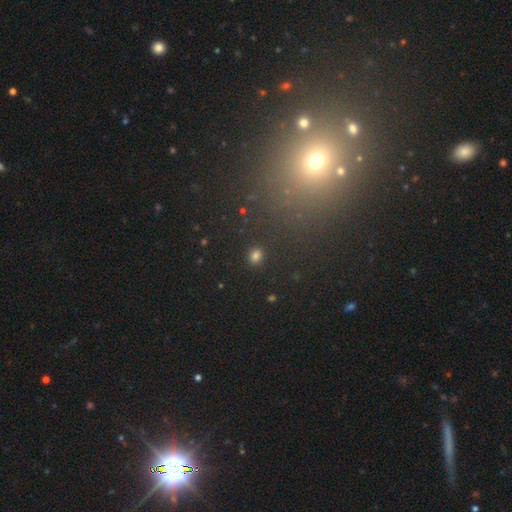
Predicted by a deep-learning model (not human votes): Smooth or featured: smooth — 76% (star or artifact — 20%)
How rounded: round — 75% (in between — 24%)
Merging: none — 91% (minor disturbance — 5%)